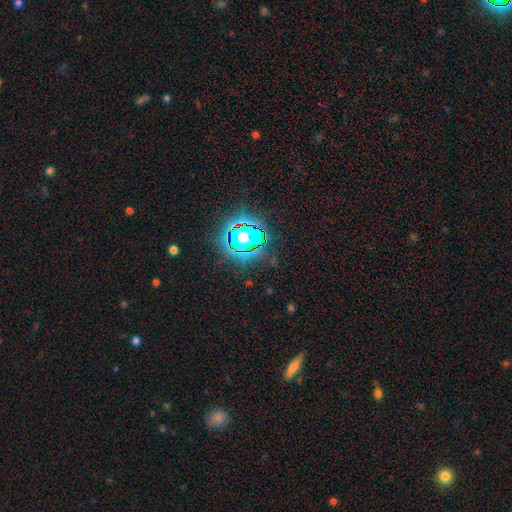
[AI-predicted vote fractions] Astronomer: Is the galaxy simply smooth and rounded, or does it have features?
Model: star or artifact — 81%.